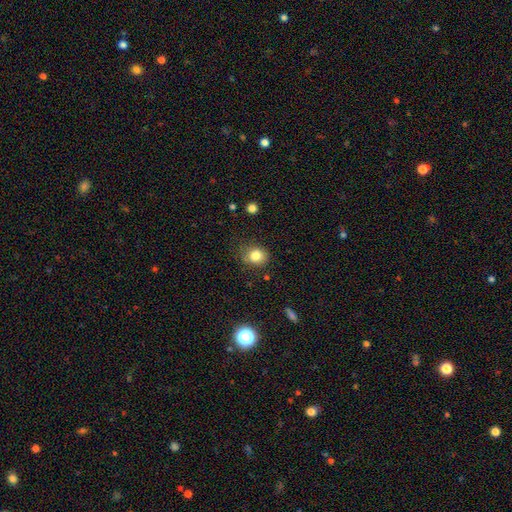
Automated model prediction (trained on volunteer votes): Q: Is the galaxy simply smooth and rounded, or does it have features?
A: smooth — 82%.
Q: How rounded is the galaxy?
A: round — 63%.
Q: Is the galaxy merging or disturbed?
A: none — 74%.